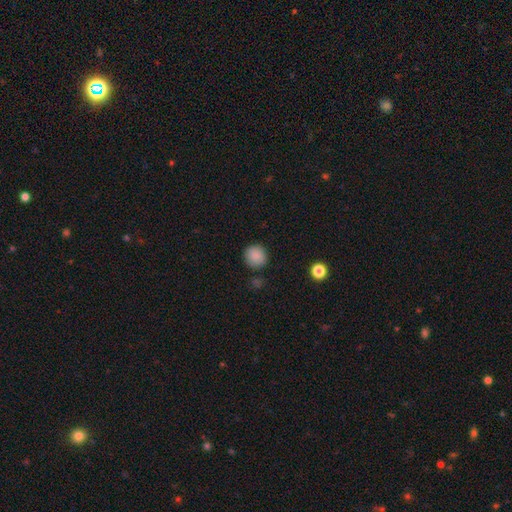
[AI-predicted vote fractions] This is clearly a smooth galaxy (88%). How rounded: clearly round (91%). Merging: clearly none (87%).